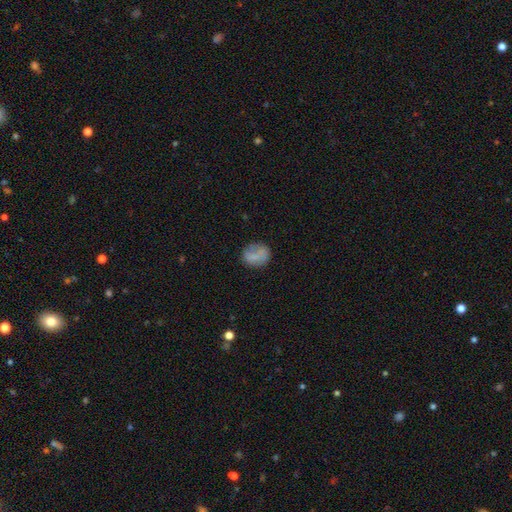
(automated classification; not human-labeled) smooth-or-featured: smooth: 73% | featured or disk: 18% | star or artifact: 9%
  how-rounded: round: 65% | in between: 34% | cigar-shaped: 1%
  merging: none: 69% | minor disturbance: 21% | major disturbance: 8% | merger: 3%